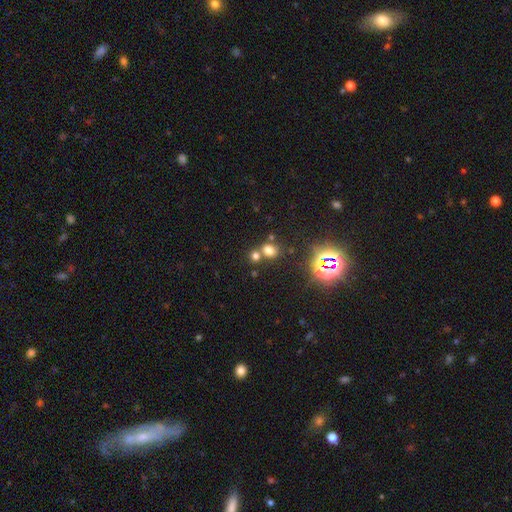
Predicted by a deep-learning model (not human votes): A smooth galaxy with no disk features (67%) that is round (68%). Merging: none (54%).